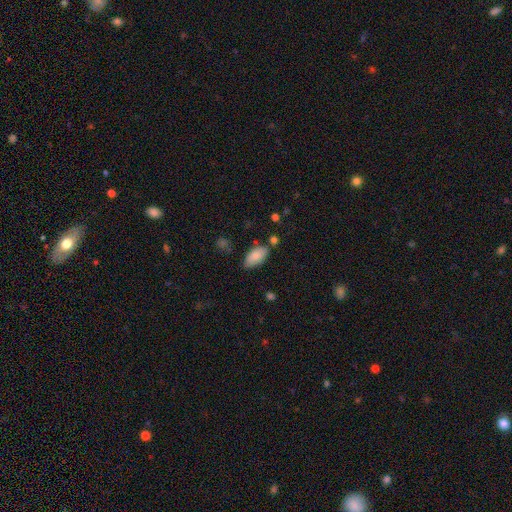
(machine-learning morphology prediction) smooth 83%, featured or disk 10%, star or artifact 7%. Down the decision tree: how rounded — in between (93%); merging — none (72%).